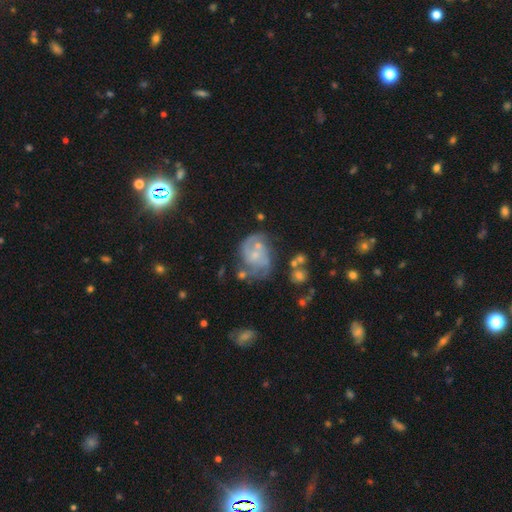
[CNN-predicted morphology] This is likely a featured or disk galaxy (76%). It is clearly not viewed edge-on (98%). Bar: likely no (67%). Spiral arm pattern: clearly yes (87%). Spiral arm count: possibly 2 (57%). Spiral winding: possibly medium (47%). Central bulge: likely small (61%). Merging: possibly none (48%).